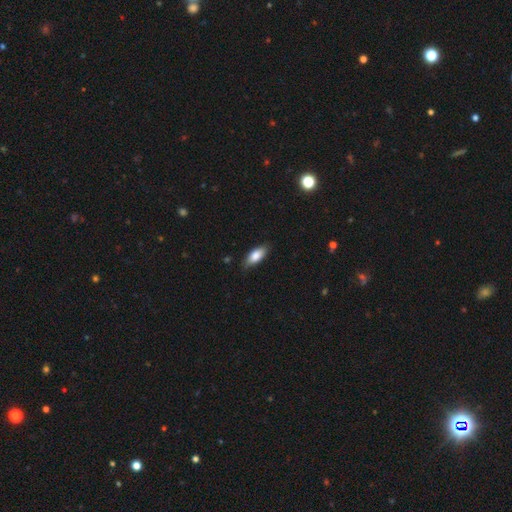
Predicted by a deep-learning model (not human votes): Q: Smooth or featured?
A: smooth (81%); runner-up: featured or disk (13%)
Q: How rounded?
A: in between (83%); runner-up: cigar-shaped (15%)
Q: Merging?
A: none (82%); runner-up: minor disturbance (15%)